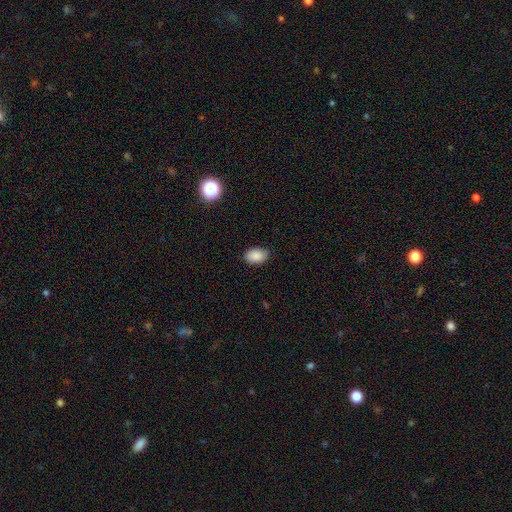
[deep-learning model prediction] smooth-or-featured: smooth: 88% | star or artifact: 8% | featured or disk: 4%
  how-rounded: in between: 87% | round: 12% | cigar-shaped: 1%
  merging: none: 85% | minor disturbance: 11% | major disturbance: 2% | merger: 1%